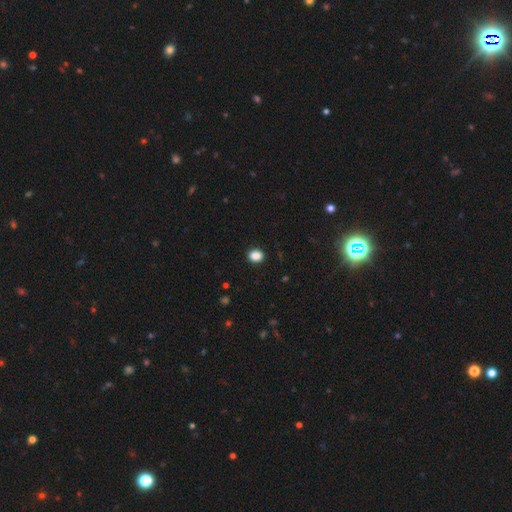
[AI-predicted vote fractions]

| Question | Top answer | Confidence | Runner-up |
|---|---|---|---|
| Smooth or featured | smooth | 88% | star or artifact (10%) |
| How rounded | round | 55% | in between (44%) |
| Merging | none | 91% | minor disturbance (7%) |